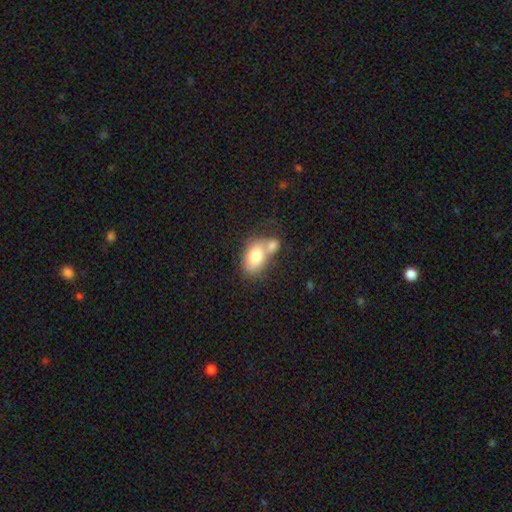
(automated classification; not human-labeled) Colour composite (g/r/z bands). It shows a smooth galaxy with no disk features (77%) that is in between round and cigar-shaped (86%). Merging: merger (54%).